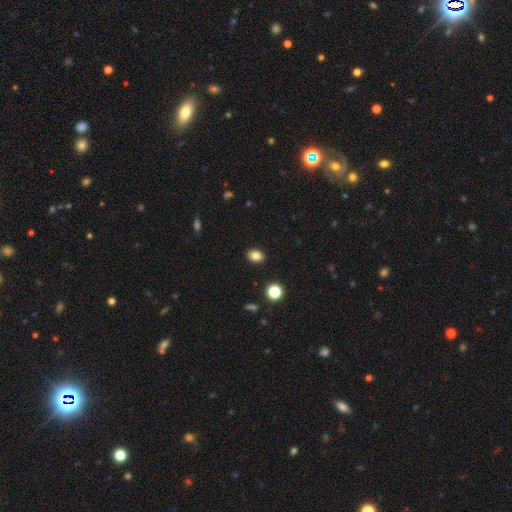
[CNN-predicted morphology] smooth-or-featured: smooth: 83% | star or artifact: 11% | featured or disk: 6%
  how-rounded: in between: 70% | round: 29% | cigar-shaped: 1%
  merging: none: 89% | minor disturbance: 7% | major disturbance: 2% | merger: 1%